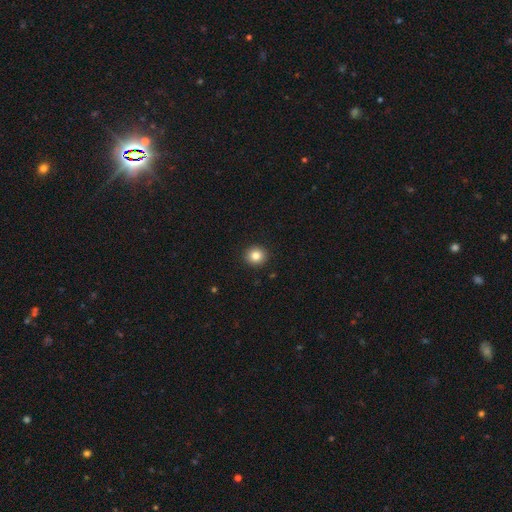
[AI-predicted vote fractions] Smooth or featured? smooth (83%)
How rounded? round (91%)
Merging? none (93%)